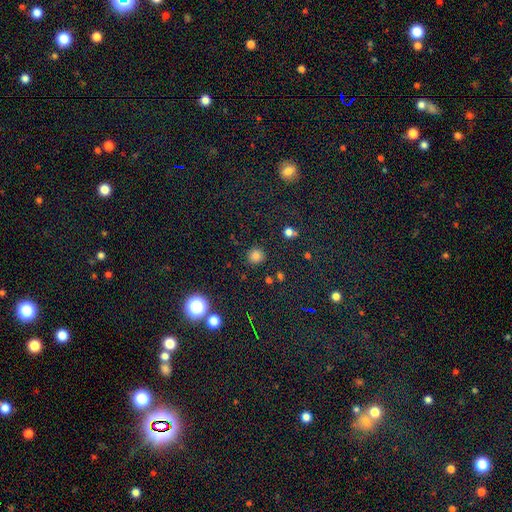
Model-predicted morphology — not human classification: smooth-or-featured: smooth: 80% | star or artifact: 16% | featured or disk: 5%
  how-rounded: round: 92% | in between: 7% | cigar-shaped: 1%
  merging: none: 89% | minor disturbance: 7% | major disturbance: 2% | merger: 2%